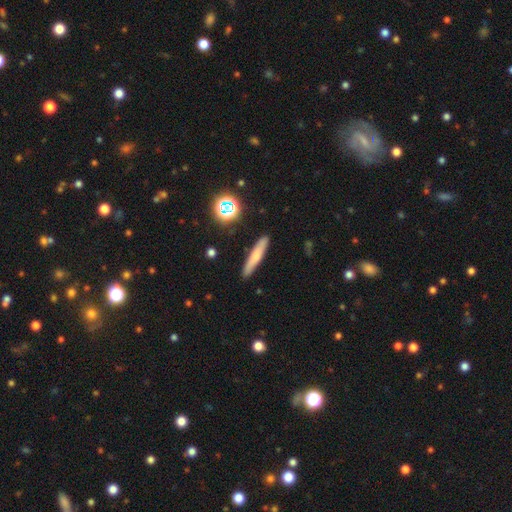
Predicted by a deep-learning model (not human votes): A smooth galaxy with no disk features (64%) that is cigar-shaped (90%). Merging: none (88%).